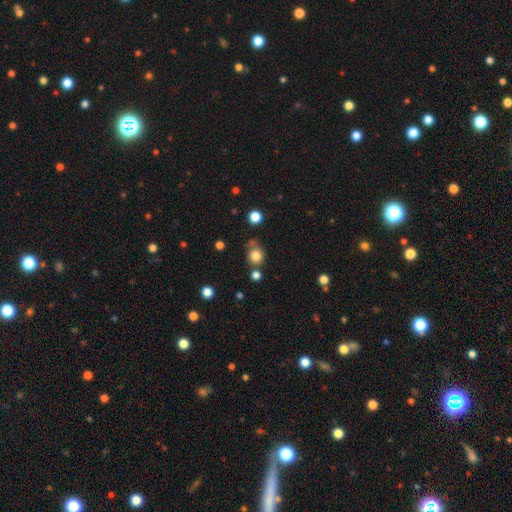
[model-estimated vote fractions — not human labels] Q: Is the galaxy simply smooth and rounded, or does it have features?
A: smooth — 80%.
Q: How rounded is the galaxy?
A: round — 81%.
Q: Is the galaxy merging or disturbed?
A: none — 64%.